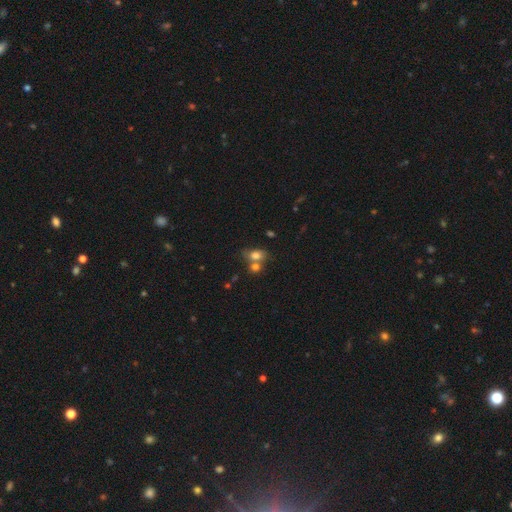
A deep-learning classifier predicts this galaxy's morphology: Smooth or featured? Predicted: smooth (p=0.76). How rounded? Predicted: in between (p=0.62). Merging? Predicted: merger (p=0.45).